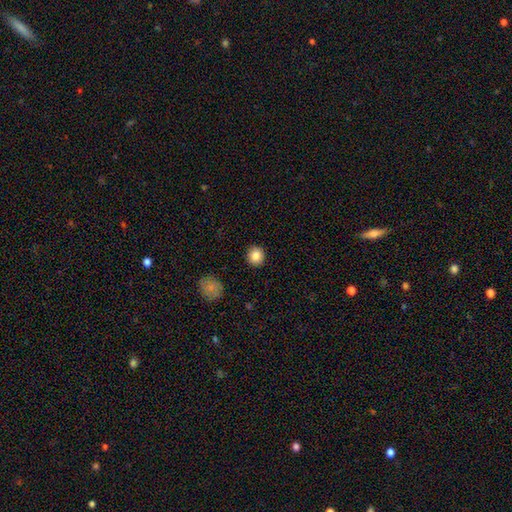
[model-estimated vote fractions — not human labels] Q: Smooth or featured?
A: smooth (85%); runner-up: star or artifact (10%)
Q: How rounded?
A: round (91%); runner-up: in between (9%)
Q: Merging?
A: none (92%); runner-up: minor disturbance (5%)